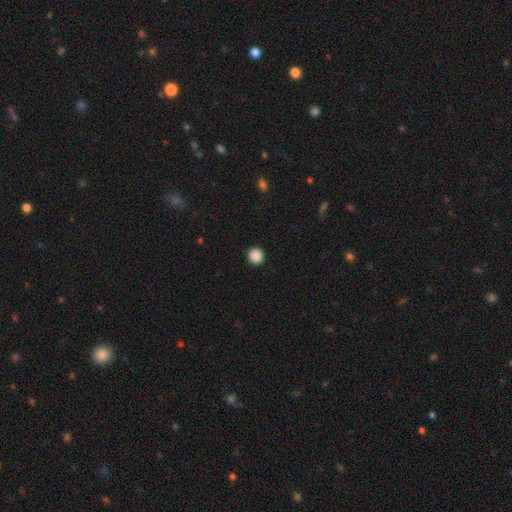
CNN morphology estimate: smooth-or-featured: smooth: 89% | star or artifact: 9% | featured or disk: 2%
  how-rounded: round: 94% | in between: 5% | cigar-shaped: 1%
  merging: none: 93% | minor disturbance: 5% | major disturbance: 2% | merger: 1%